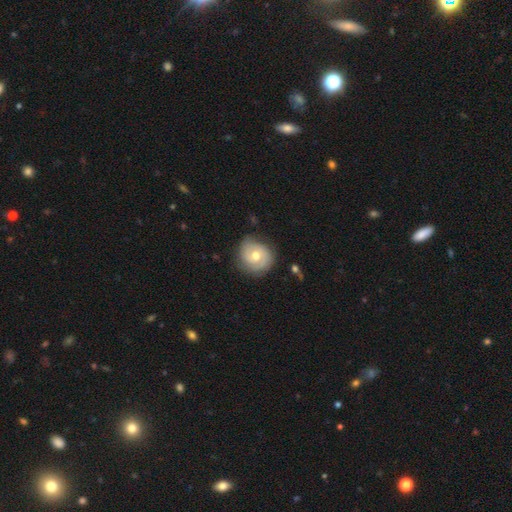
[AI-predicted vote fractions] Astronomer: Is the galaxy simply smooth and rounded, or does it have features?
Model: featured or disk — 61%.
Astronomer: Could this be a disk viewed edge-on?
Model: no — 97%.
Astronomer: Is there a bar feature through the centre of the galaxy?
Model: no — 70%.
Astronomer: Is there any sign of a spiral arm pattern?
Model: yes — 82%.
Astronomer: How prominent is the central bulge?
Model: moderate — 76%.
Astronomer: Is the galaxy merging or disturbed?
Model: none — 76%.